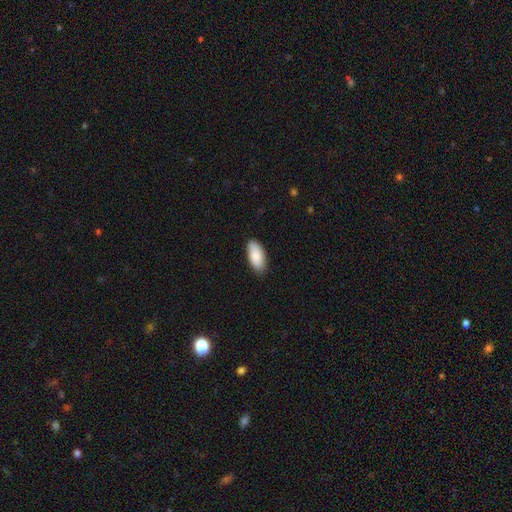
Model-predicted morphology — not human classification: A smooth galaxy with no disk features (88%) that is in between round and cigar-shaped (90%).

Vote fractions:
- Smooth or featured? smooth: 88% / featured or disk: 7% / star or artifact: 5%
- How rounded? in between: 90% / cigar-shaped: 8% / round: 2%
- Merging? none: 85% / minor disturbance: 12% / major disturbance: 2% / merger: 1%